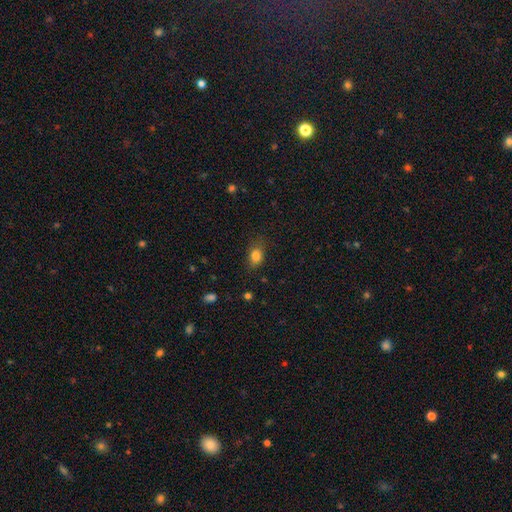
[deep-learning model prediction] Overall: smooth (83%). How rounded: in between (70%). Merging: none (72%).